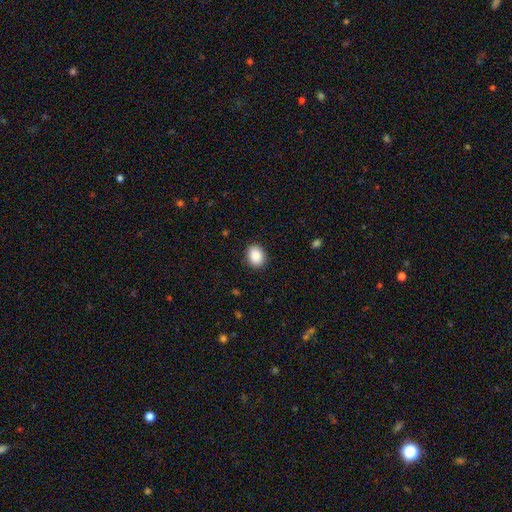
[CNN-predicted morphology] This appears to be a smooth galaxy with no disk features (89%) that is in between round and cigar-shaped (63%). Merging: none (89%).